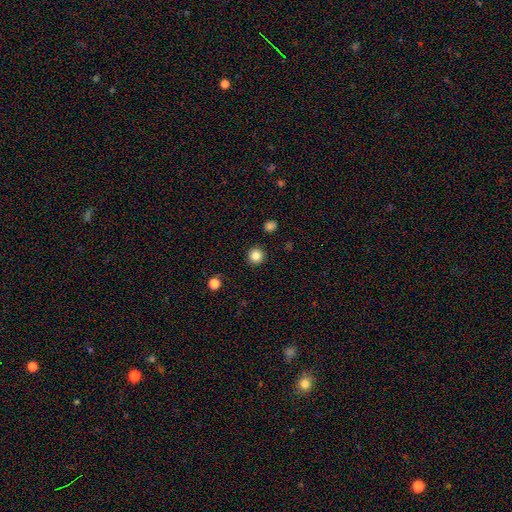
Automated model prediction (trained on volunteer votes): smooth 85%, star or artifact 11%, featured or disk 4%. Down the decision tree: how rounded — round (95%); merging — none (92%).